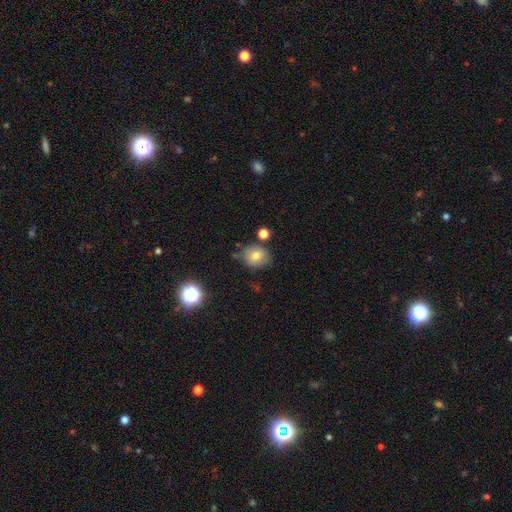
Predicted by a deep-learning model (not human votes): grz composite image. It shows a smooth galaxy with no disk features (71%) that is round (71%). Merging: none (68%).